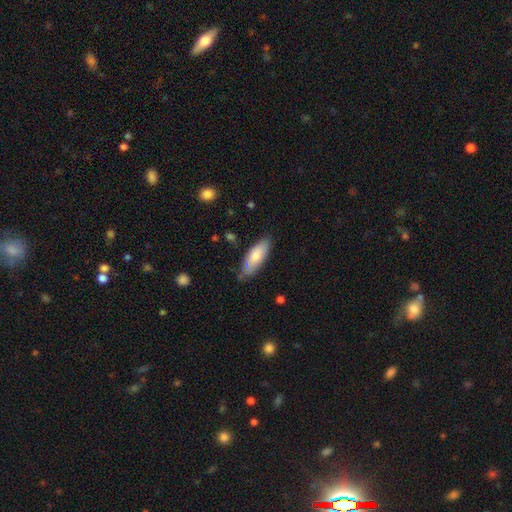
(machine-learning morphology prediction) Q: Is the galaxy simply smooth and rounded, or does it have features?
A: smooth — 74%.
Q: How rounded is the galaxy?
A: in between — 72%.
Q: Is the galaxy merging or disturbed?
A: none — 67%.